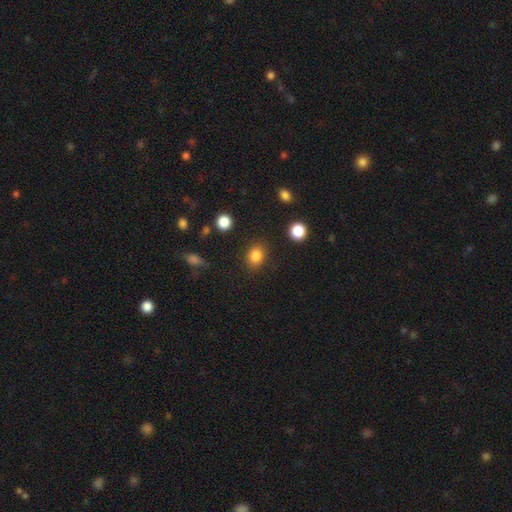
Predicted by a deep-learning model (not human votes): Q: Smooth or featured?
A: smooth (85%); runner-up: star or artifact (11%)
Q: How rounded?
A: in between (51%); runner-up: round (47%)
Q: Merging?
A: none (85%); runner-up: minor disturbance (9%)